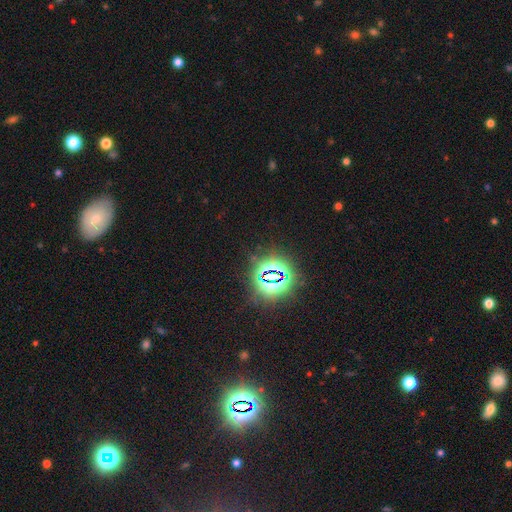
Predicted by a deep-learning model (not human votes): Q: Smooth or featured?
A: star or artifact (78%); runner-up: smooth (13%)